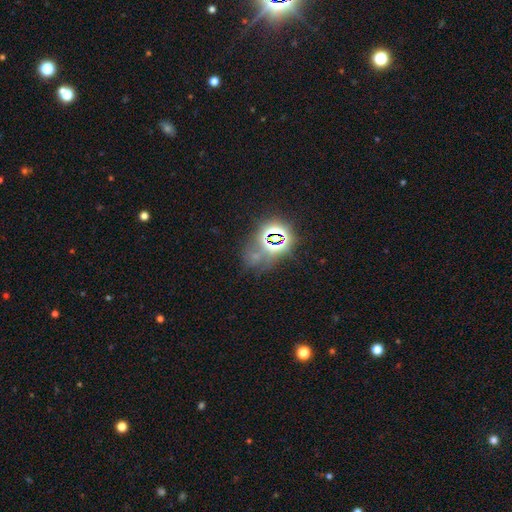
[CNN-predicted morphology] The model was most divided on "smooth or featured": star or artifact: 69%, smooth: 20%, featured or disk: 11%.